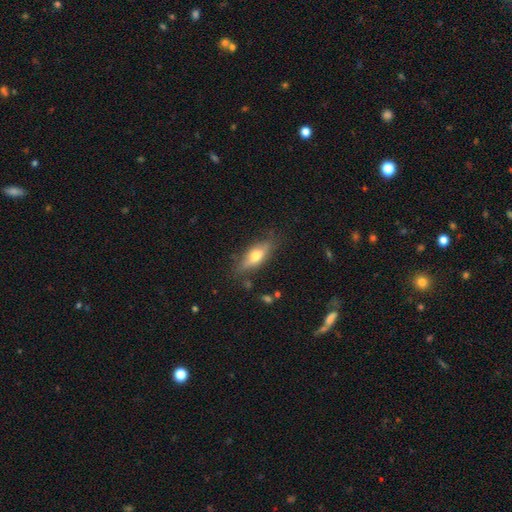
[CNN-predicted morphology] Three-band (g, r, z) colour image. It shows a smooth galaxy with no disk features (54%) that is in between round and cigar-shaped (62%). Merging: none (77%).